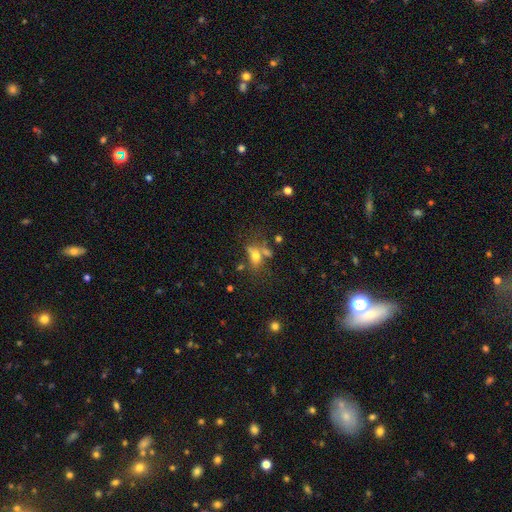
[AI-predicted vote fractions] Morphology: type=smooth (62%); roundness=in between (74%); merging=none (40%).